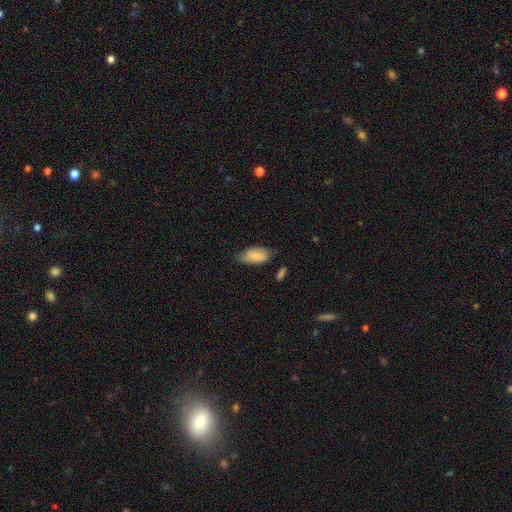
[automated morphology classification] Smooth or featured?
  - smooth: 78% *
  - featured or disk: 16%
  - star or artifact: 6%
How rounded?
  - in between: 93% *
  - cigar-shaped: 5%
  - round: 3%
Merging?
  - none: 60% *
  - minor disturbance: 31%
  - major disturbance: 6%
  - merger: 3%